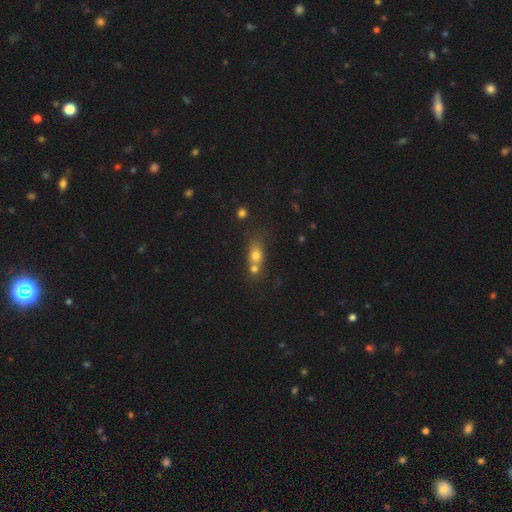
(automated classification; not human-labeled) A smooth galaxy with no disk features (69%) that is in between round and cigar-shaped (50%).

Vote fractions:
- Smooth or featured? smooth: 69% / featured or disk: 16% / star or artifact: 15%
- How rounded? in between: 50% / round: 43% / cigar-shaped: 7%
- Merging? merger: 52% / none: 34% / minor disturbance: 10% / major disturbance: 5%